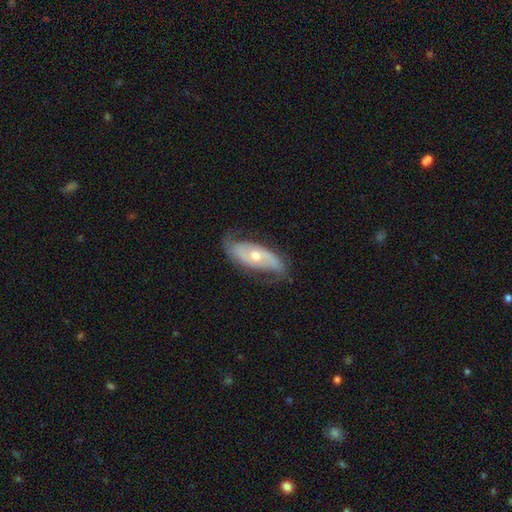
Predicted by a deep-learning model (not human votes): Smooth or featured?
  - featured or disk: 76% *
  - smooth: 18%
  - star or artifact: 6%
Edge-on disk?
  - no: 90% *
  - yes: 10%
Bar?
  - no: 65% *
  - weak: 26%
  - strong: 9%
Spiral arms?
  - yes: 88% *
  - no: 12%
Spiral winding?
  - loose: 41% *
  - medium: 37%
  - tight: 22%
Spiral arm count?
  - 2: 84% *
  - can't tell: 10%
  - 1: 3%
  - 3: 2%
  - 4: 1%
  - more than 4: 1%
Bulge size?
  - moderate: 55% *
  - small: 40%
  - large: 2%
  - none: 1%
  - dominant: 1%
Merging?
  - none: 69% *
  - minor disturbance: 21%
  - major disturbance: 8%
  - merger: 1%